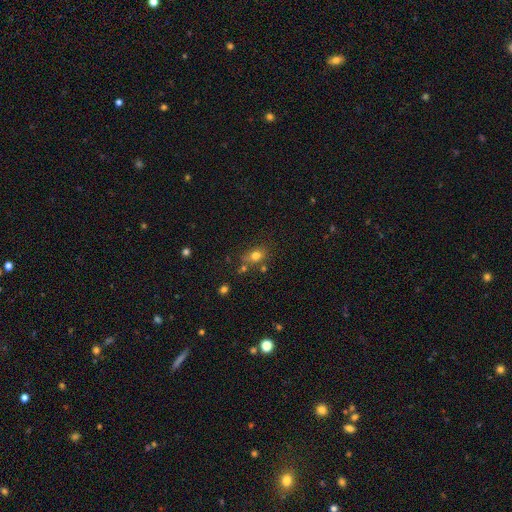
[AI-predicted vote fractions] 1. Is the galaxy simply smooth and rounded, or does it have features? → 76% smooth, 13% star or artifact, 10% featured or disk.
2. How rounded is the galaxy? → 62% in between, 36% round, 2% cigar-shaped.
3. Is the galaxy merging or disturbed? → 64% none, 17% minor disturbance, 14% merger, 5% major disturbance.